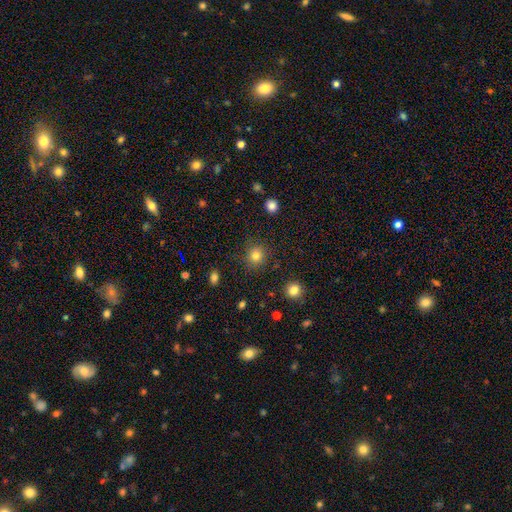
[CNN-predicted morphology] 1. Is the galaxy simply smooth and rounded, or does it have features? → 82% smooth, 13% star or artifact, 6% featured or disk.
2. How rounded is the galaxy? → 89% round, 10% in between, 1% cigar-shaped.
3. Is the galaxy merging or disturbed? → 86% none, 9% minor disturbance, 3% major disturbance, 2% merger.